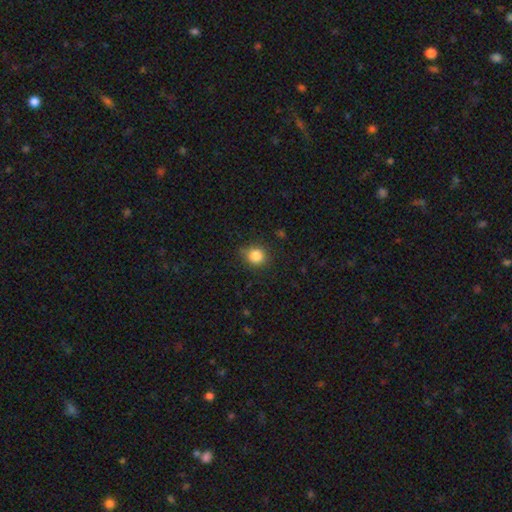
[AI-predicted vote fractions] Q: Smooth or featured?
A: smooth (85%); runner-up: star or artifact (11%)
Q: How rounded?
A: round (80%); runner-up: in between (19%)
Q: Merging?
A: none (81%); runner-up: minor disturbance (15%)